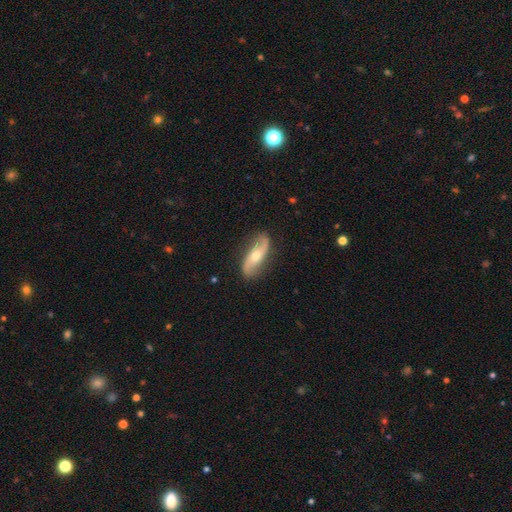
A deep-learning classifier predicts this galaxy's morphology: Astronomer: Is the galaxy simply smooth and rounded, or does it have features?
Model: featured or disk — 77%.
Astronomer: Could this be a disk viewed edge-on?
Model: no — 88%.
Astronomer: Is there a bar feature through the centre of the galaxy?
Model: no — 55%.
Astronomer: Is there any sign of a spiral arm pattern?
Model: yes — 93%.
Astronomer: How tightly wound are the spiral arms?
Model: loose — 78%.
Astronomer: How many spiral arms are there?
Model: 2 — 93%.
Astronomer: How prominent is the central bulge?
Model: moderate — 58% (runner-up: small, 37%).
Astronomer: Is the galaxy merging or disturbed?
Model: none — 83%.